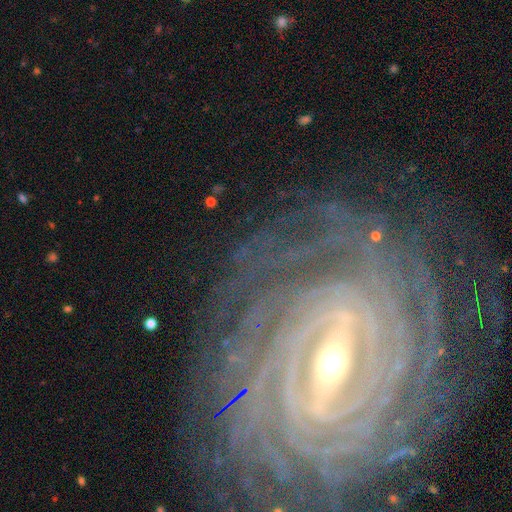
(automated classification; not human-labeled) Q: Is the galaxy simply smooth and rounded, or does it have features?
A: featured or disk — 91%.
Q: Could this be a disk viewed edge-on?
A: no — 96%.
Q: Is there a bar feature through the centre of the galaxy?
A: strong — 61%.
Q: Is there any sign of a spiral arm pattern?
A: yes — 98%.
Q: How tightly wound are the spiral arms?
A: tight — 88%.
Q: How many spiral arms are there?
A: more than 4 — 33%.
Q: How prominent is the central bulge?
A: moderate — 52%.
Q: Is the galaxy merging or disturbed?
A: none — 81%.